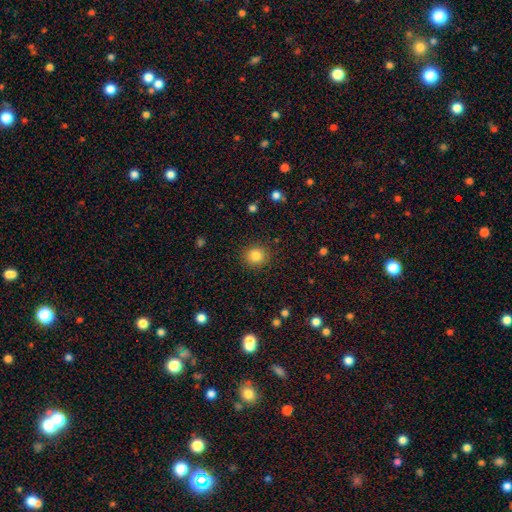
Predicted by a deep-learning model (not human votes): Overall: smooth (83%). How rounded: round (89%). Merging: none (90%).